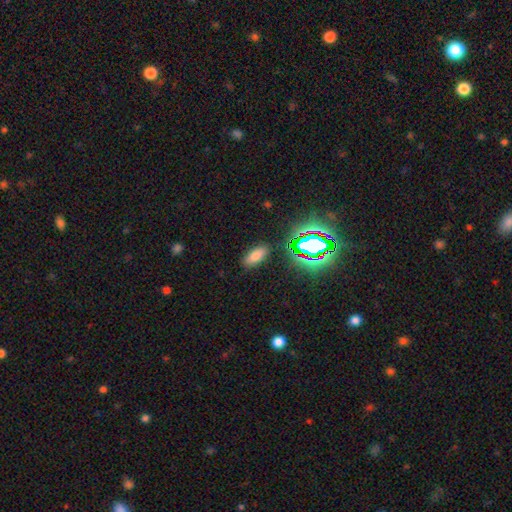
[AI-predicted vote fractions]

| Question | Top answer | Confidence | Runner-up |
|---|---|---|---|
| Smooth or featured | smooth | 71% | star or artifact (20%) |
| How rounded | in between | 84% | cigar-shaped (12%) |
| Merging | none | 87% | minor disturbance (8%) |